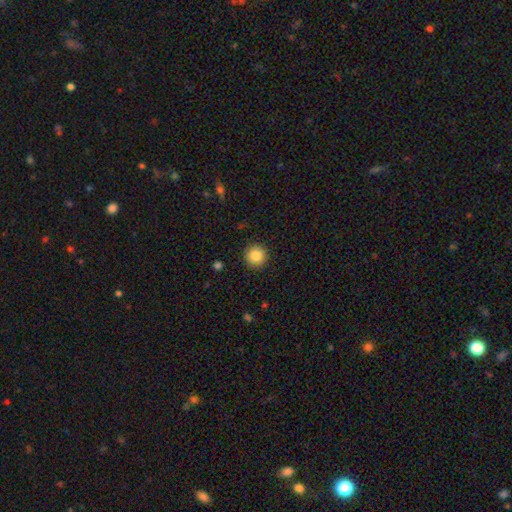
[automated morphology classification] Overall: smooth (86%). How rounded: round (95%). Merging: none (92%).